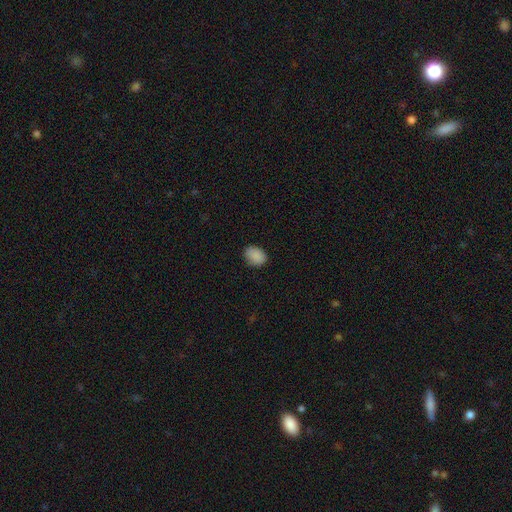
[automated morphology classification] Q: Smooth or featured?
A: smooth (88%); runner-up: star or artifact (8%)
Q: How rounded?
A: in between (65%); runner-up: round (34%)
Q: Merging?
A: none (82%); runner-up: minor disturbance (14%)